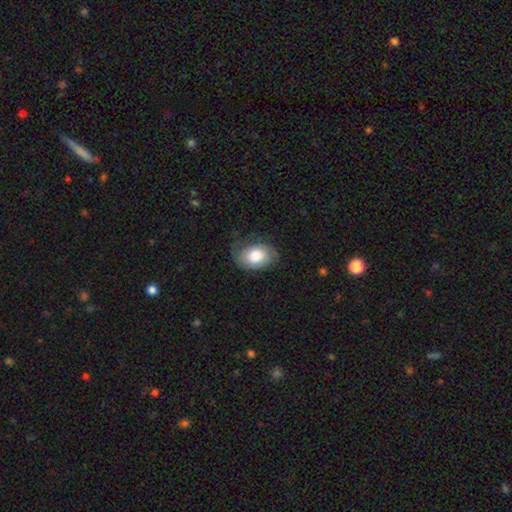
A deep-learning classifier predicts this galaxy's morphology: Q: Smooth or featured?
A: smooth (73%); runner-up: featured or disk (20%)
Q: How rounded?
A: in between (79%); runner-up: round (20%)
Q: Merging?
A: none (63%); runner-up: minor disturbance (25%)